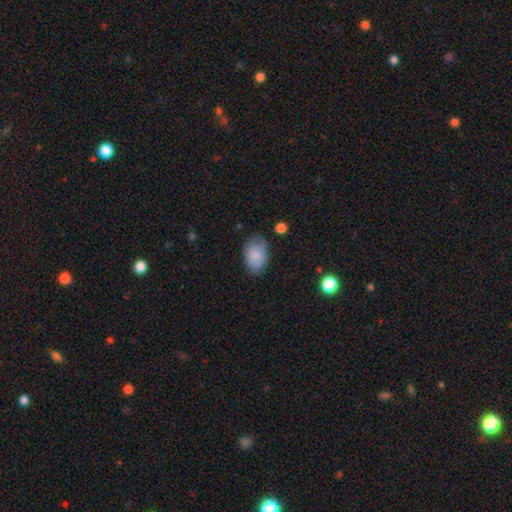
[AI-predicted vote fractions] This is clearly a smooth galaxy (83%). How rounded: clearly in between (85%). Merging: likely none (73%).